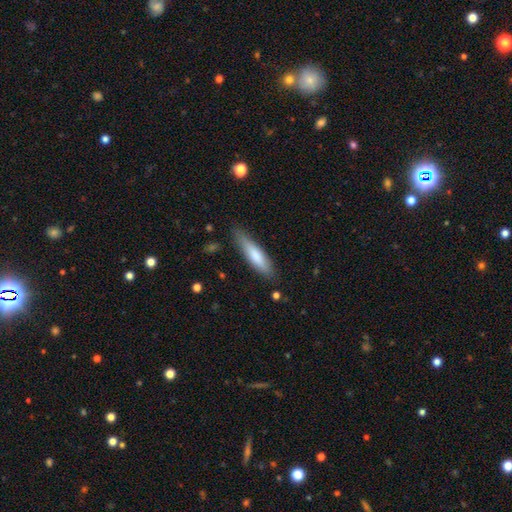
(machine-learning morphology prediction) This appears to be a smooth galaxy with no disk features (75%) that is cigar-shaped (73%). Merging: none (75%).